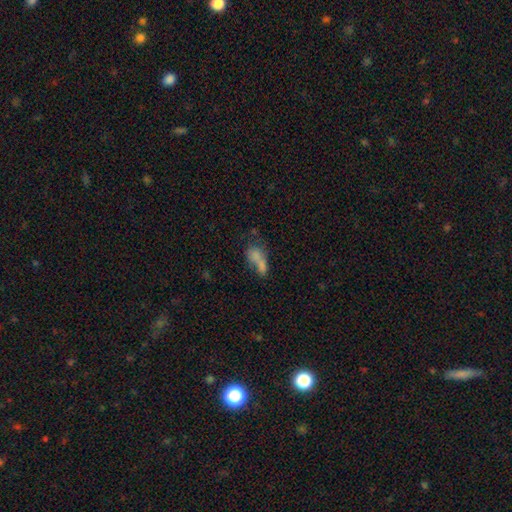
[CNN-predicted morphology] smooth_or_featured: smooth (p=0.68) [alt: featured or disk p=0.19]
how_rounded: in between (p=0.74) [alt: round p=0.17]
merging: merger (p=0.56) [alt: none p=0.22]